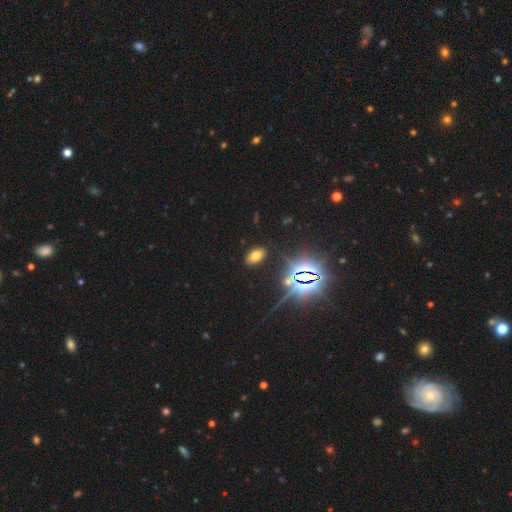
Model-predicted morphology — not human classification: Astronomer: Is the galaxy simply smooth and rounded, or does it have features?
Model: smooth — 61%.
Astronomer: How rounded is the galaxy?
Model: in between — 92%.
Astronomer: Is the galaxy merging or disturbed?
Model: none — 88%.